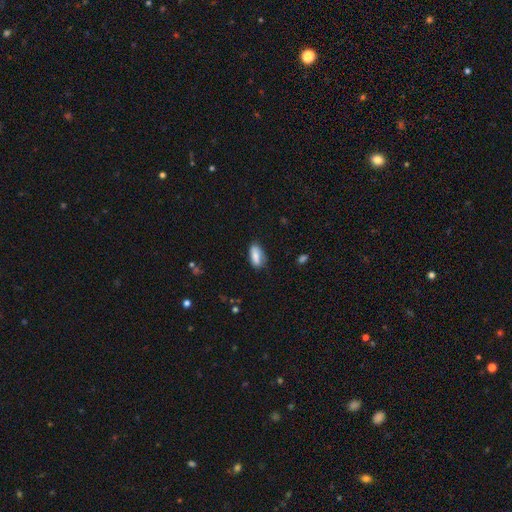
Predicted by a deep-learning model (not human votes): Overall: smooth (81%). How rounded: in between (85%). Merging: none (69%).